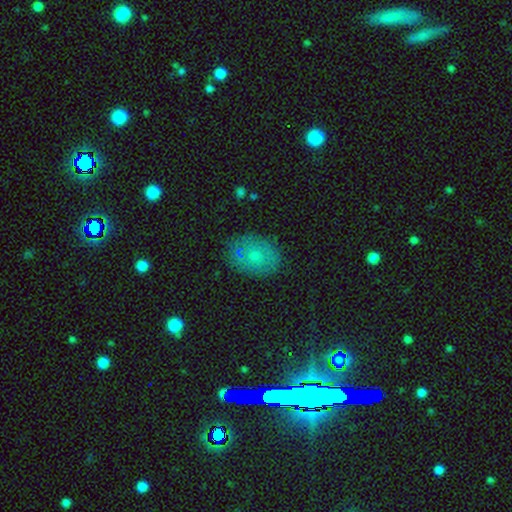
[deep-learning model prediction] This is likely a smooth galaxy (66%). How rounded: likely in between (66%). Merging: likely none (76%).